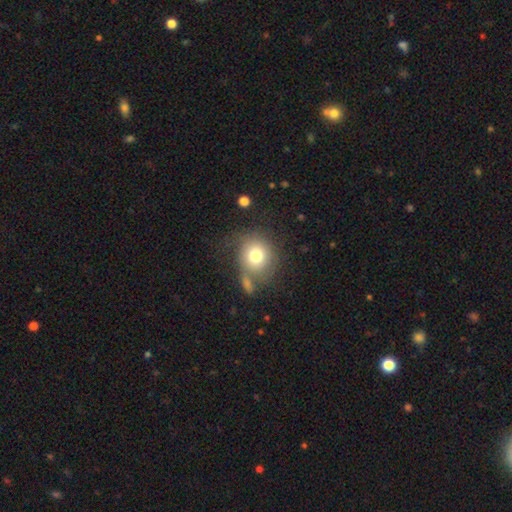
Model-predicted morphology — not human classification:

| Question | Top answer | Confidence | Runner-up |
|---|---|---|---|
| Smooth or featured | smooth | 76% | featured or disk (14%) |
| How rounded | round | 82% | in between (17%) |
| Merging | none | 56% | minor disturbance (18%) |